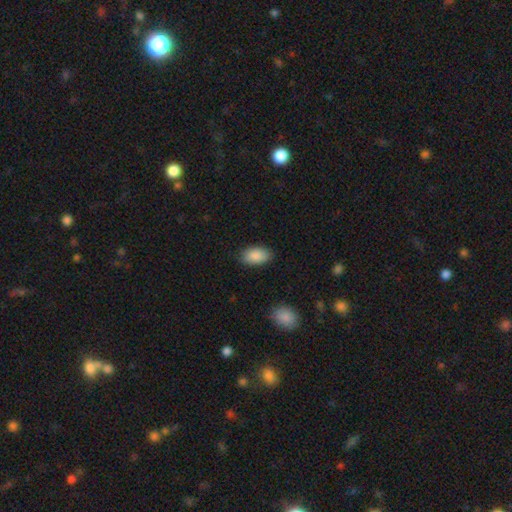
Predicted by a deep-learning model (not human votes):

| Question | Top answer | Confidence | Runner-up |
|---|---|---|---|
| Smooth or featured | smooth | 89% | star or artifact (6%) |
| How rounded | in between | 94% | round (4%) |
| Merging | none | 86% | minor disturbance (10%) |